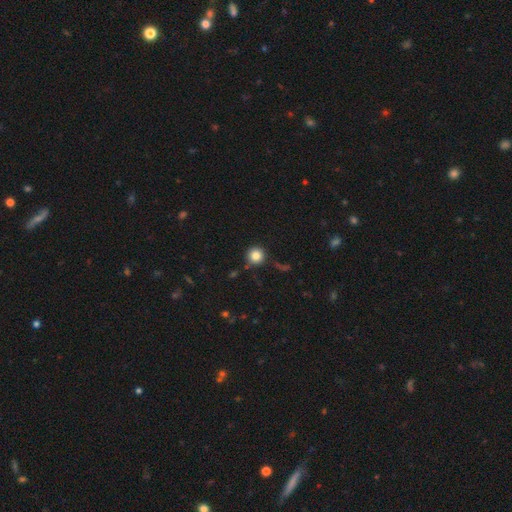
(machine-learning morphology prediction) This appears to be a smooth galaxy with no disk features (84%) that is round (95%). Merging: none (86%).